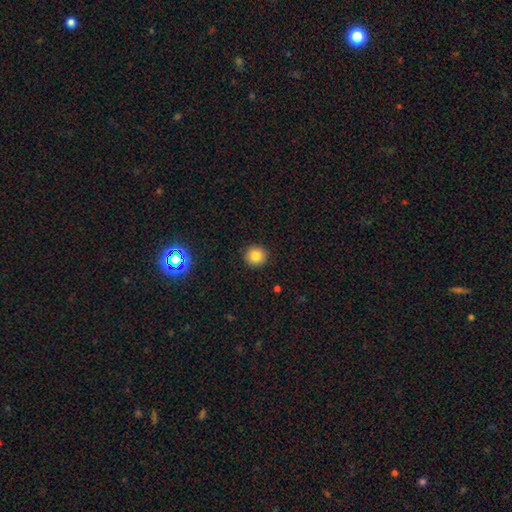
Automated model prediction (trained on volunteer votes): The model was most divided on "smooth or featured": smooth: 82%, star or artifact: 12%, featured or disk: 6%. More confident: how rounded — round (94%); merging — none (92%).